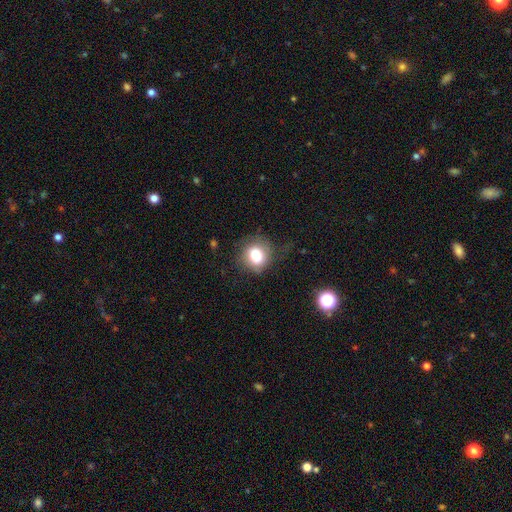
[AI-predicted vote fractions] A smooth galaxy with no disk features (79%) that is round (75%). Merging: none (65%).